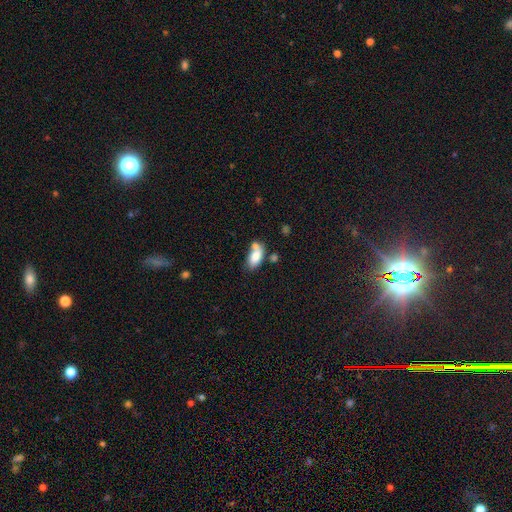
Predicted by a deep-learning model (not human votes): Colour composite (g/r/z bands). It shows a smooth galaxy with no disk features (79%) that is in between round and cigar-shaped (89%). Merging: none (38%).